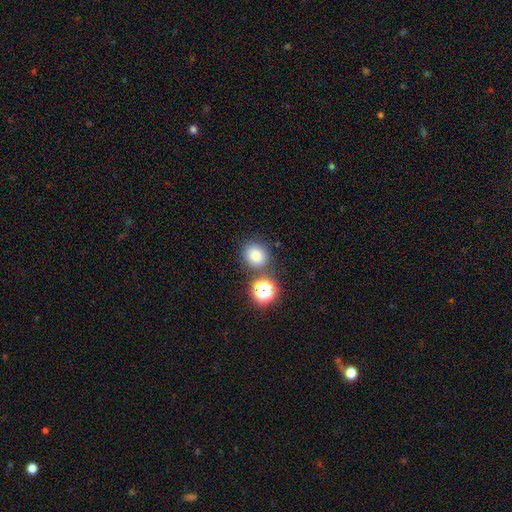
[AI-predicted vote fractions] A smooth galaxy with no disk features (77%) that is round (82%). Merging: none (77%).